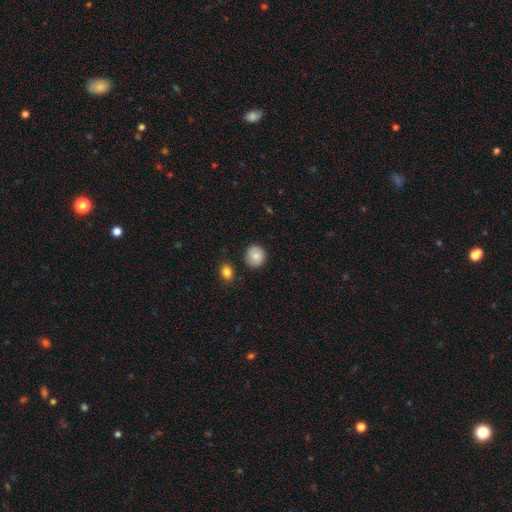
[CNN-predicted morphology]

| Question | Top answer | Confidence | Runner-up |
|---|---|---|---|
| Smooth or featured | smooth | 83% | featured or disk (9%) |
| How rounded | round | 86% | in between (13%) |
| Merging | none | 84% | minor disturbance (11%) |